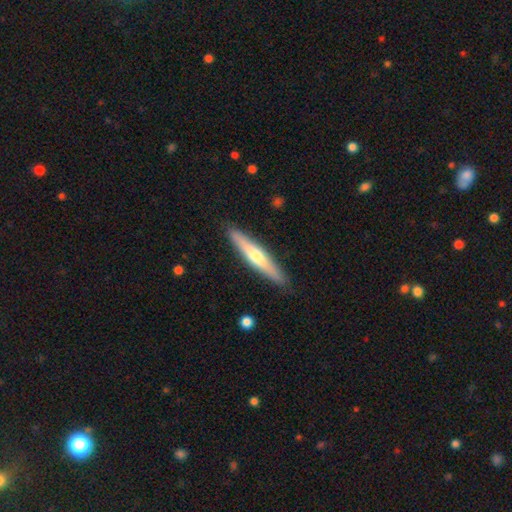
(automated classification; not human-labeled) Smooth or featured?
  - featured or disk: 48% *
  - smooth: 47%
  - star or artifact: 5%
Merging?
  - none: 90% *
  - minor disturbance: 8%
  - major disturbance: 2%
  - merger: 1%